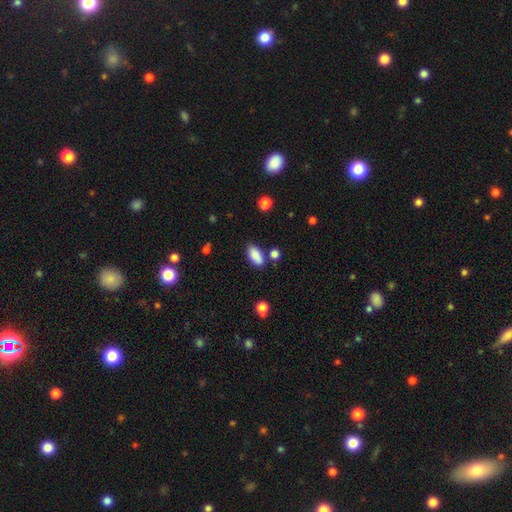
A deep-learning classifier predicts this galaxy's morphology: Smooth or featured?
  - smooth: 86% *
  - star or artifact: 7%
  - featured or disk: 6%
How rounded?
  - in between: 88% *
  - cigar-shaped: 9%
  - round: 3%
Merging?
  - none: 76% *
  - minor disturbance: 13%
  - merger: 8%
  - major disturbance: 3%